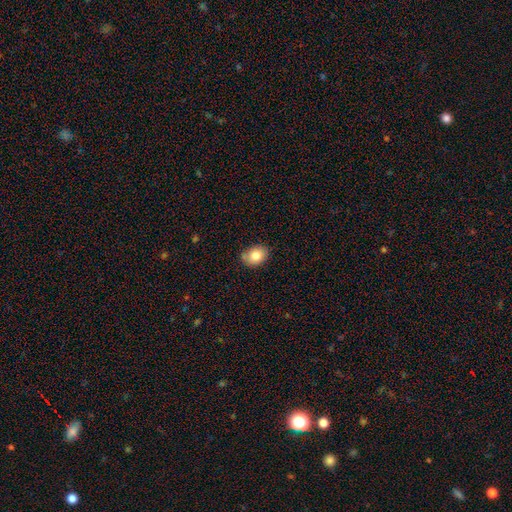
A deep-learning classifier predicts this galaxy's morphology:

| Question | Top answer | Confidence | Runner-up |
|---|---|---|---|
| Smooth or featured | smooth | 84% | star or artifact (8%) |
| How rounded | in between | 65% | round (34%) |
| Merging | none | 75% | minor disturbance (18%) |